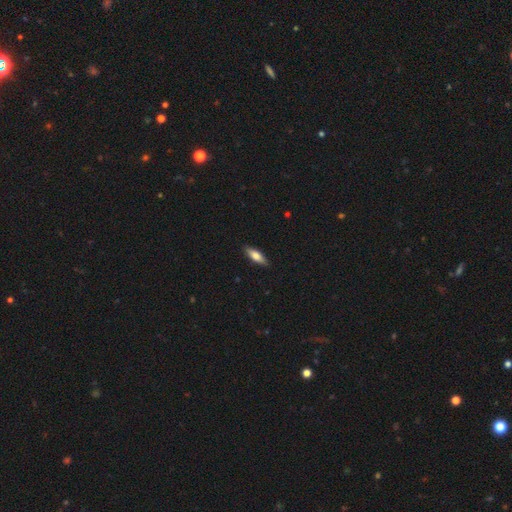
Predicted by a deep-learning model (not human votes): smooth-or-featured: smooth: 68% | featured or disk: 26% | star or artifact: 6%
  how-rounded: in between: 52% | cigar-shaped: 46% | round: 2%
  merging: none: 89% | minor disturbance: 9% | major disturbance: 2% | merger: 1%